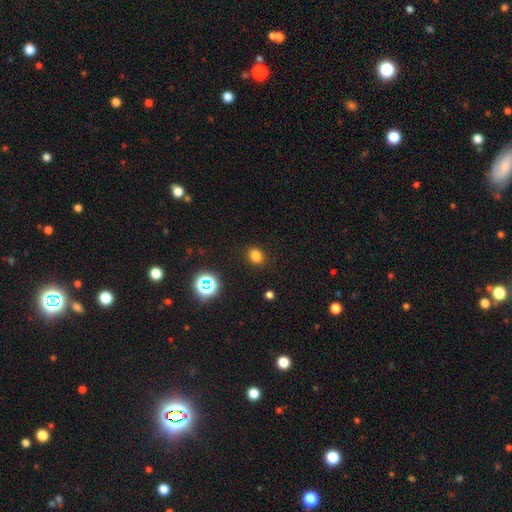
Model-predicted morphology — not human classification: smooth-or-featured: smooth: 79% | star or artifact: 16% | featured or disk: 5%
  how-rounded: round: 52% | in between: 47% | cigar-shaped: 1%
  merging: none: 88% | minor disturbance: 8% | major disturbance: 3% | merger: 1%